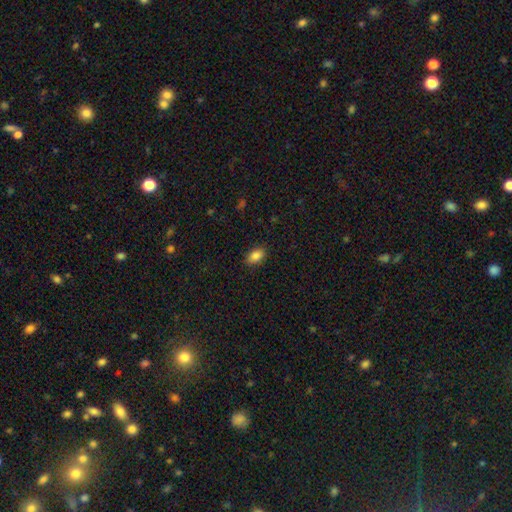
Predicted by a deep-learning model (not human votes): smooth_or_featured: smooth (p=0.85) [alt: star or artifact p=0.09]
how_rounded: in between (p=0.87) [alt: round p=0.11]
merging: none (p=0.87) [alt: minor disturbance p=0.10]